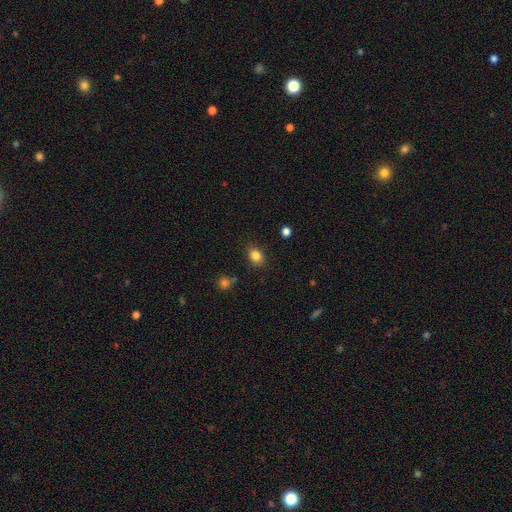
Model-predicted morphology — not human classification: Smooth or featured: smooth — 84% (star or artifact — 11%)
How rounded: in between — 56% (round — 43%)
Merging: none — 83% (minor disturbance — 11%)